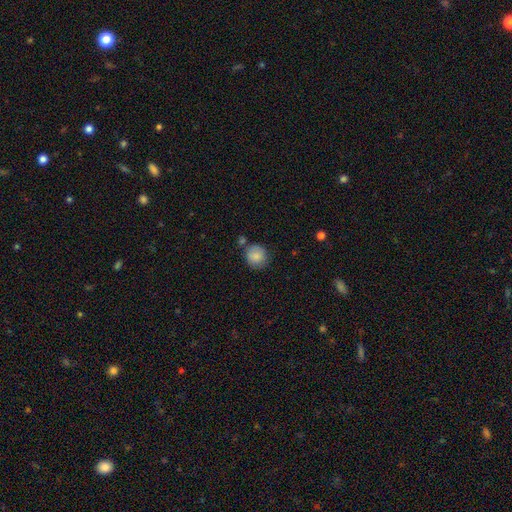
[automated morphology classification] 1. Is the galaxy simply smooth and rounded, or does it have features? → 85% smooth, 8% star or artifact, 7% featured or disk.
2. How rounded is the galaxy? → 86% round, 14% in between, 1% cigar-shaped.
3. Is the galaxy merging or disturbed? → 73% none, 15% minor disturbance, 8% merger, 4% major disturbance.